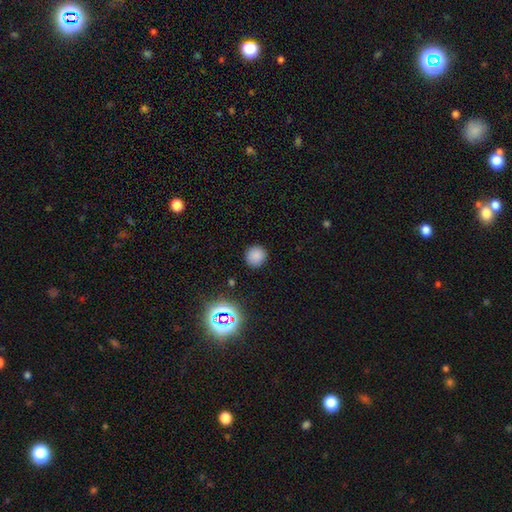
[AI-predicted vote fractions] Smooth or featured? smooth (79%)
How rounded? round (91%)
Merging? none (88%)